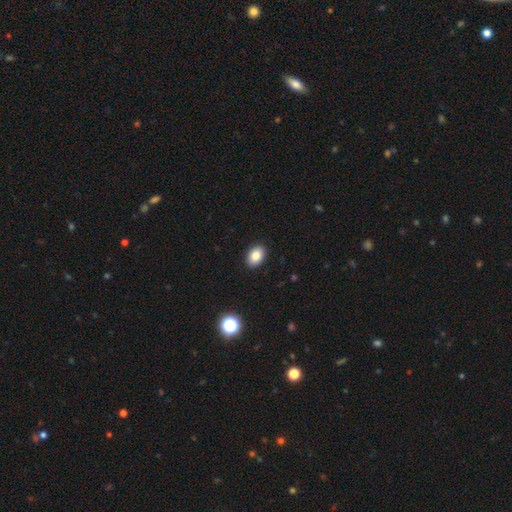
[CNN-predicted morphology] smooth_or_featured: smooth (p=0.85) [alt: star or artifact p=0.09]
how_rounded: in between (p=0.82) [alt: round p=0.17]
merging: none (p=0.90) [alt: minor disturbance p=0.07]